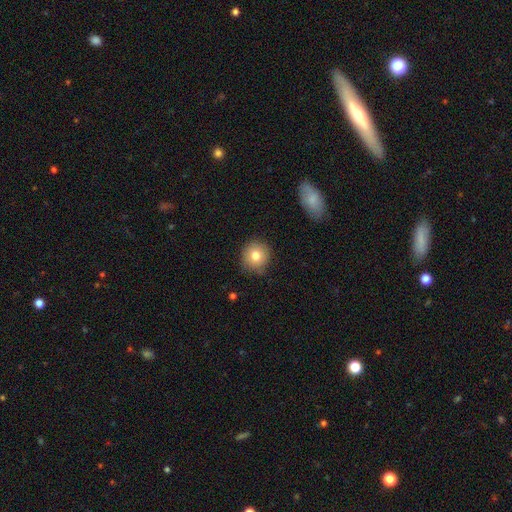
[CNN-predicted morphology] Smooth or featured? smooth (79%)
How rounded? round (92%)
Merging? none (86%)